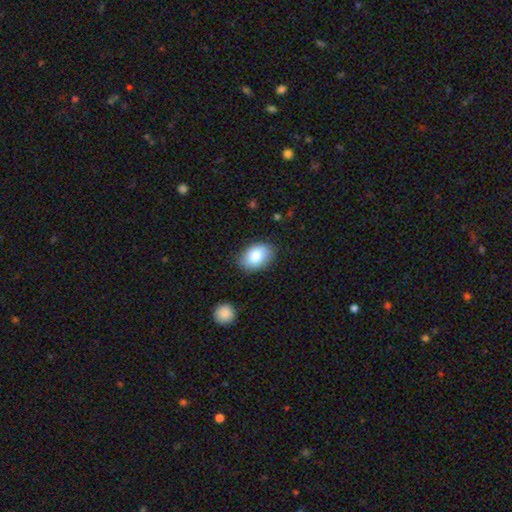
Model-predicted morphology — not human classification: The model was most divided on "merging": none: 83%, minor disturbance: 13%, major disturbance: 3%, merger: 2%. More confident: how rounded — in between (87%); smooth or featured — smooth (84%).